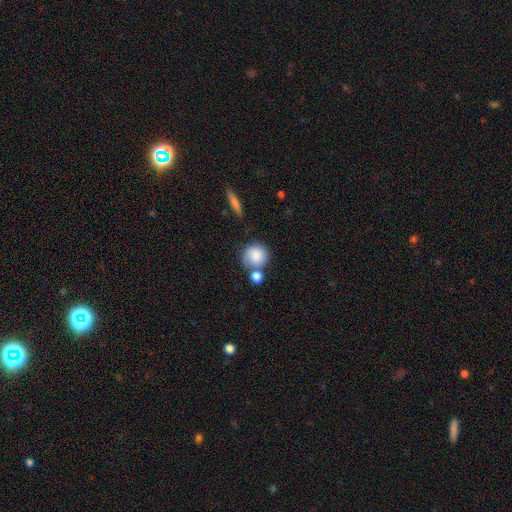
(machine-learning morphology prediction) A smooth galaxy with no disk features (78%) that is round (85%). Merging: none (49%).